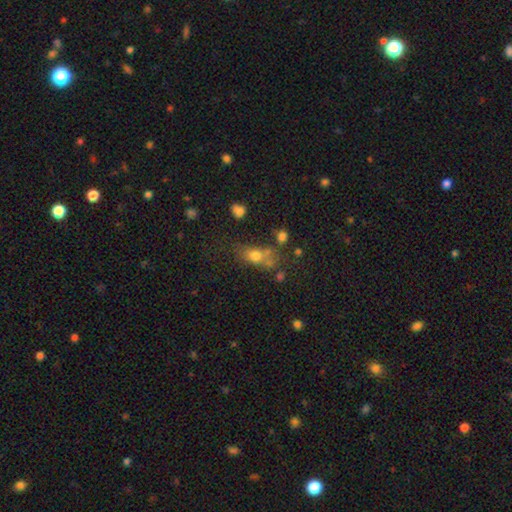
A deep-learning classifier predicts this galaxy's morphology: Smooth or featured?
  - smooth: 67% *
  - featured or disk: 17%
  - star or artifact: 16%
How rounded?
  - in between: 61% *
  - round: 31%
  - cigar-shaped: 8%
Merging?
  - none: 45% *
  - merger: 23%
  - minor disturbance: 20%
  - major disturbance: 13%